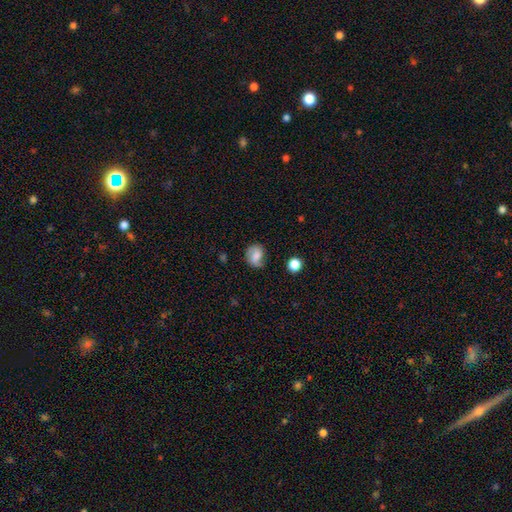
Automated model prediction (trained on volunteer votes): The model was most divided on "smooth or featured": smooth: 46%, featured or disk: 44%, star or artifact: 10%. More confident: merging — none (62%).